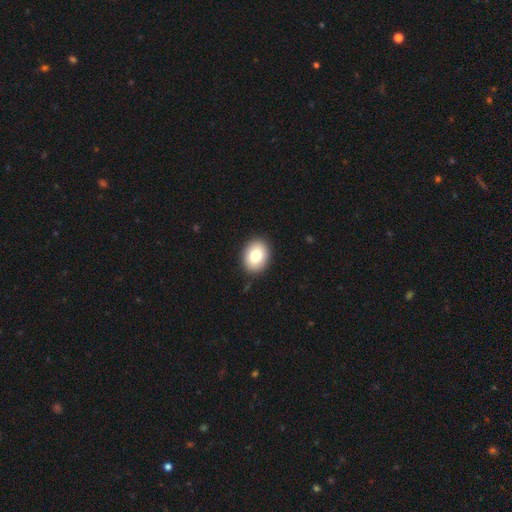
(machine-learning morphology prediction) A smooth galaxy with no disk features (80%) that is in between round and cigar-shaped (57%). Merging: none (90%).